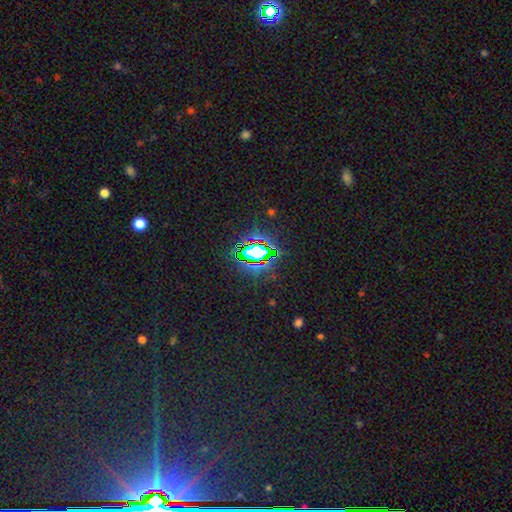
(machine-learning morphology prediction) A star or artifact, not a galaxy (80%).